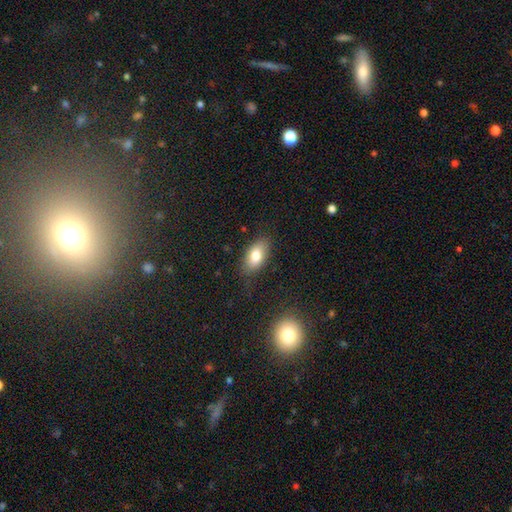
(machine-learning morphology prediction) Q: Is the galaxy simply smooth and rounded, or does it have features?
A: smooth — 78%.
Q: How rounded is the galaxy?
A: in between — 90%.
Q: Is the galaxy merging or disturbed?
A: none — 81%.